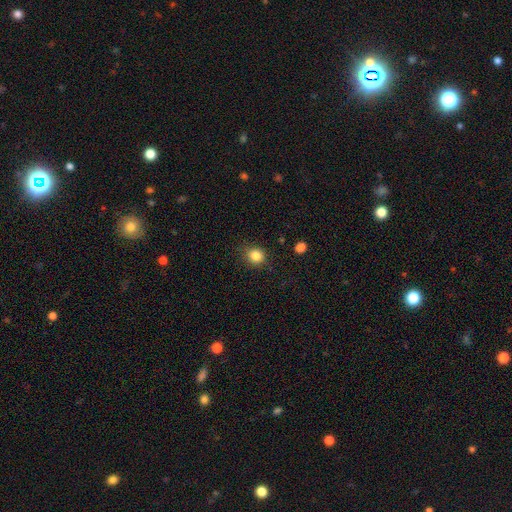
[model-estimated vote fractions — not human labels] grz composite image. It shows a smooth galaxy with no disk features (84%) that is round (81%). Merging: none (85%).